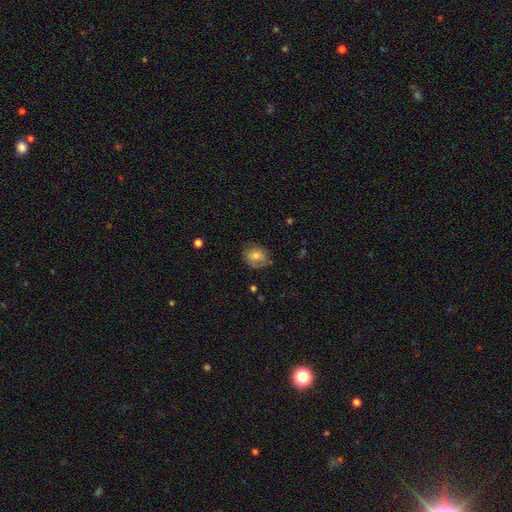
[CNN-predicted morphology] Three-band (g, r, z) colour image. It shows a smooth galaxy with no disk features (67%) that is round (55%). Merging: none (67%).